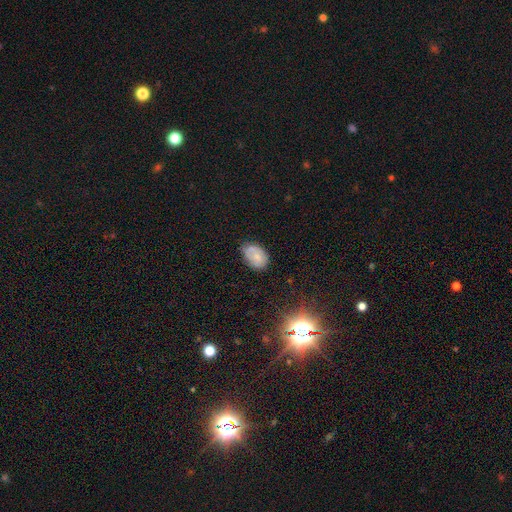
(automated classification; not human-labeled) Smooth or featured: smooth — 66% (featured or disk — 24%)
How rounded: in between — 85% (round — 14%)
Merging: none — 62% (minor disturbance — 29%)